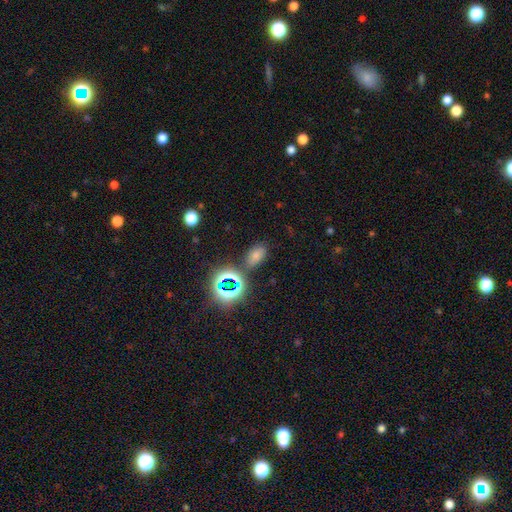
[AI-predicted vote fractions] smooth 61%, star or artifact 30%, featured or disk 9%. Down the decision tree: how rounded — in between (89%); merging — none (75%).